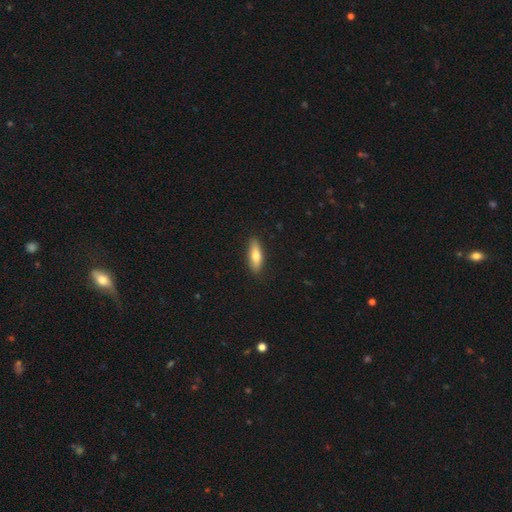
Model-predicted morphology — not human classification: Smooth or featured? Predicted: smooth (p=0.73). How rounded? Predicted: in between (p=0.52). Merging? Predicted: none (p=0.88).